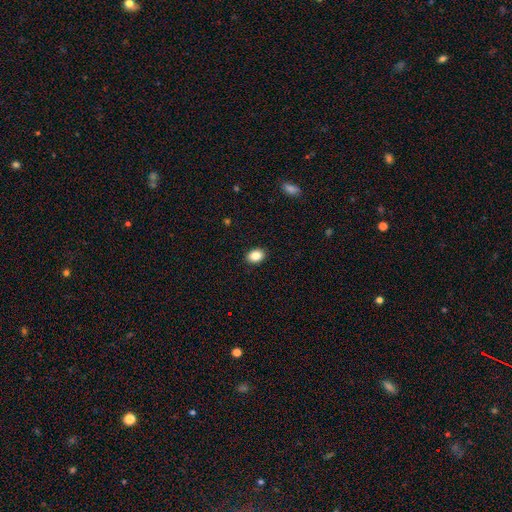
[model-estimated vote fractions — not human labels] The model was most divided on "how rounded": in between: 73%, round: 26%, cigar-shaped: 1%. More confident: merging — none (90%); smooth or featured — smooth (86%).